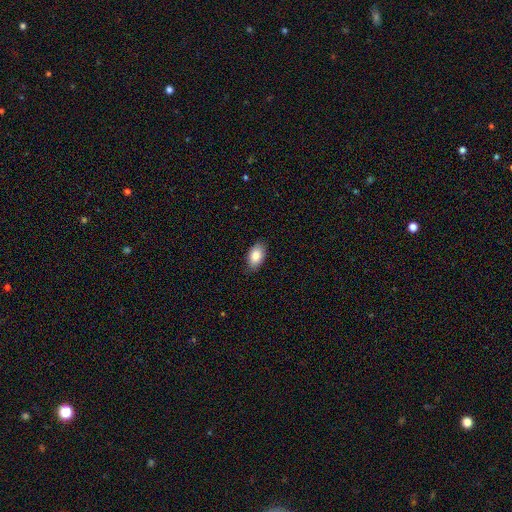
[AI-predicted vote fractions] A smooth galaxy with no disk features (85%) that is in between round and cigar-shaped (92%). Merging: none (83%).